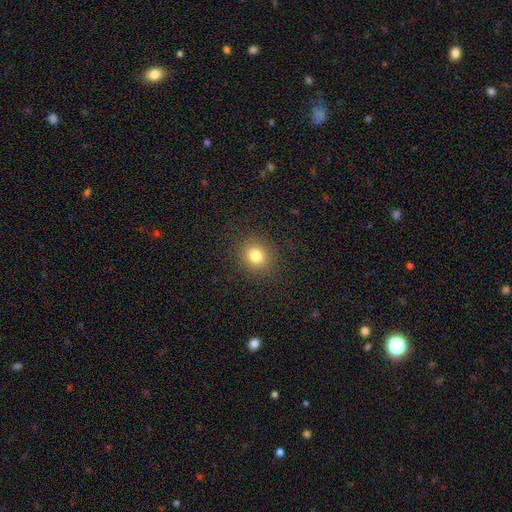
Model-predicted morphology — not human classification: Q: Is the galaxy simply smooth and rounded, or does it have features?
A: smooth — 80%.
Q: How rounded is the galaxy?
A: round — 77%.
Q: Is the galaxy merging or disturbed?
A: none — 89%.